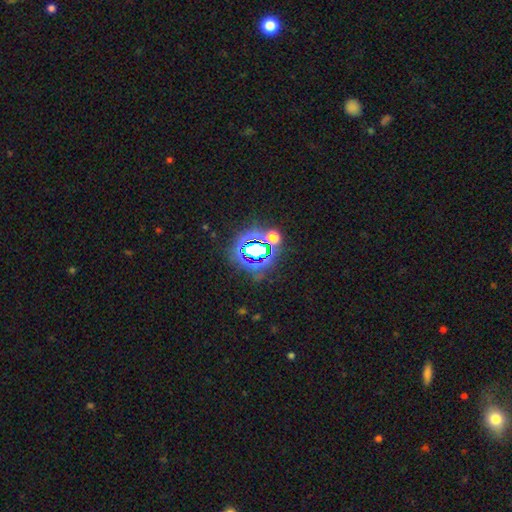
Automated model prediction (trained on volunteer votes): The model was most divided on "smooth or featured": star or artifact: 78%, smooth: 13%, featured or disk: 8%.